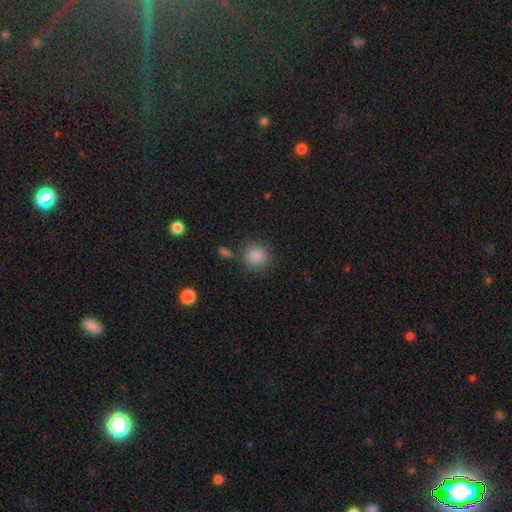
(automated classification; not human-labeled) smooth-or-featured: smooth: 86% | star or artifact: 10% | featured or disk: 4%
  how-rounded: round: 91% | in between: 8% | cigar-shaped: 1%
  merging: none: 82% | minor disturbance: 9% | merger: 5% | major disturbance: 3%